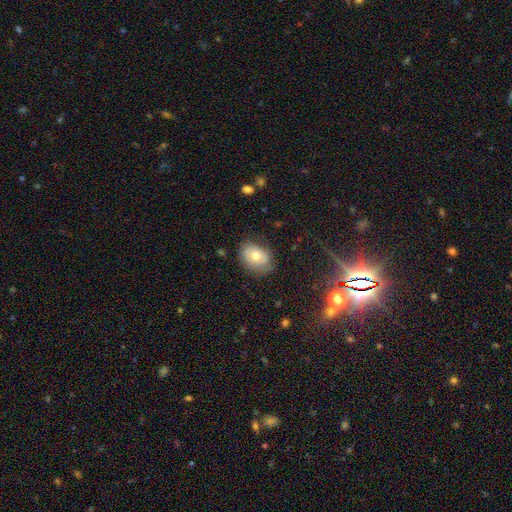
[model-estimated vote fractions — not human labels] Overall: smooth (60%; featured or disk 31%). How rounded: in between (67%; round 32%). Merging: none (68%).